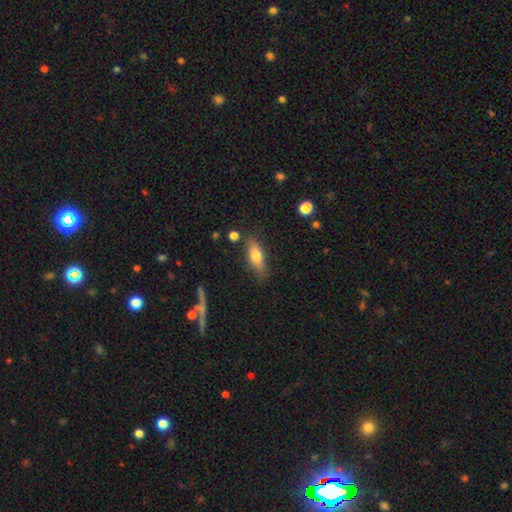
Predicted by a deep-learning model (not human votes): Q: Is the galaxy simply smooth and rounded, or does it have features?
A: smooth — 68%.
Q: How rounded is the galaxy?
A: in between — 58%.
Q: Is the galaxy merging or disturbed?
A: none — 77%.